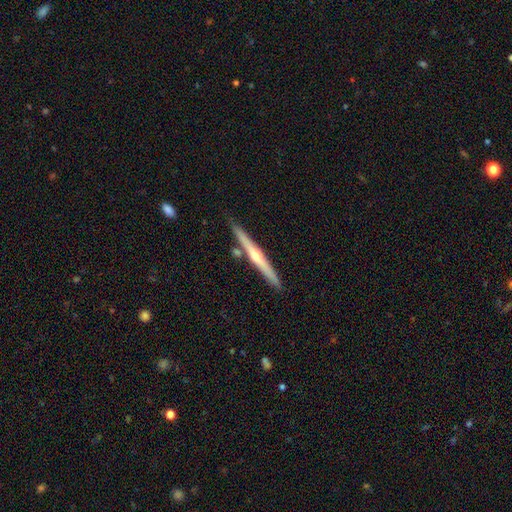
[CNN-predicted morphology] A featured or disk galaxy (70%) viewed edge-on (98%) with a rounded central bulge (83%).

Vote fractions:
- Smooth or featured? featured or disk: 70% / smooth: 24% / star or artifact: 6%
- Edge-on disk? yes: 98% / no: 2%
- Edge-on bulge? rounded: 83% / none: 14% / boxy: 3%
- Merging? none: 85% / minor disturbance: 9% / merger: 5% / major disturbance: 2%